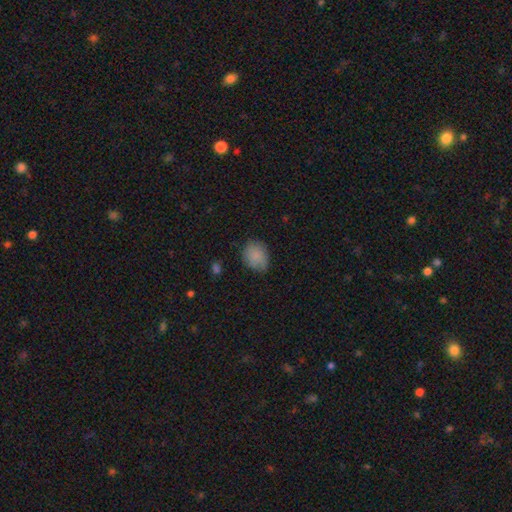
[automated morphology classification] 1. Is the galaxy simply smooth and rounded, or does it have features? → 85% smooth, 8% star or artifact, 7% featured or disk.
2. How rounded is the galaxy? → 53% in between, 46% round, 1% cigar-shaped.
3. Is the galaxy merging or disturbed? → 73% none, 22% minor disturbance, 4% major disturbance, 1% merger.